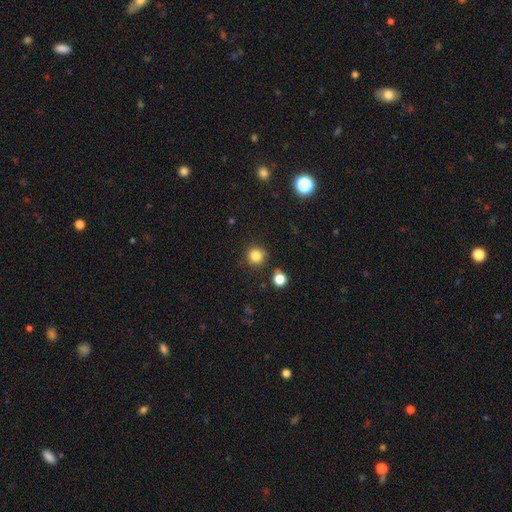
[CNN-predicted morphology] A smooth galaxy with no disk features (82%) that is round (91%). Merging: none (83%).